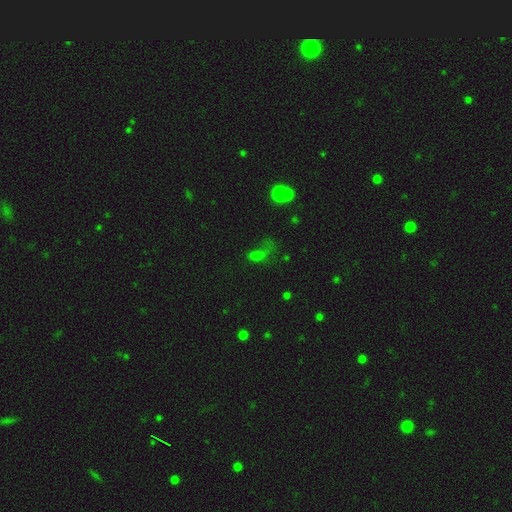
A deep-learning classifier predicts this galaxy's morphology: A smooth galaxy with no disk features (60%) that is in between round and cigar-shaped (59%). Merging: major disturbance (47%).